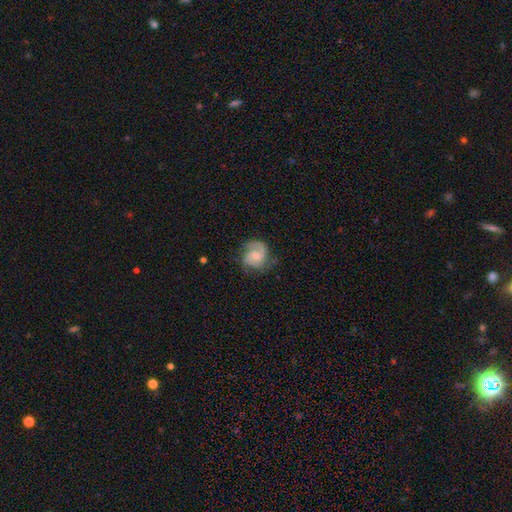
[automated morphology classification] Smooth or featured? featured or disk (81%)
Edge-on disk? no (98%)
Bar? no (61%)
Spiral arms? yes (97%)
Spiral winding? medium (49%)
Spiral arm count? 2 (77%)
Bulge size? moderate (49%)
Merging? none (71%)